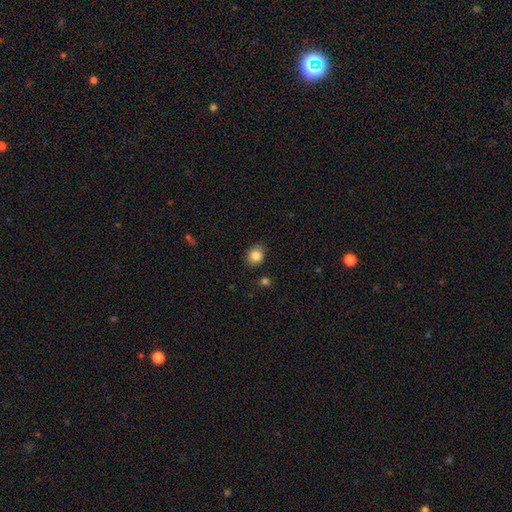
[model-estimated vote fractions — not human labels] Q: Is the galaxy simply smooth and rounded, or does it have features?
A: smooth — 85%.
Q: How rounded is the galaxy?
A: round — 58%.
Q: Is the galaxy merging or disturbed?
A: none — 83%.